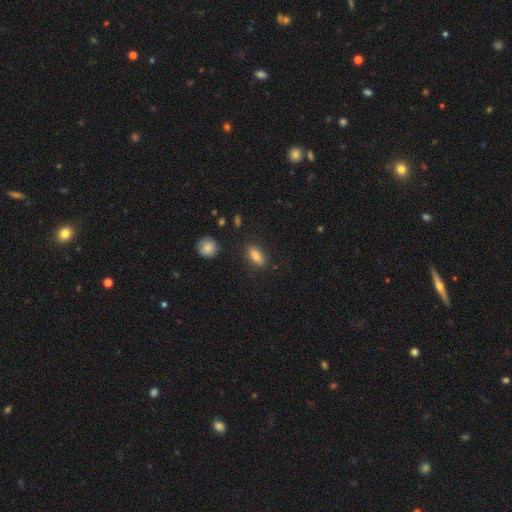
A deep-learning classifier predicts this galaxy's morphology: smooth 83%, star or artifact 9%, featured or disk 8%. Down the decision tree: how rounded — in between (84%); merging — none (84%).